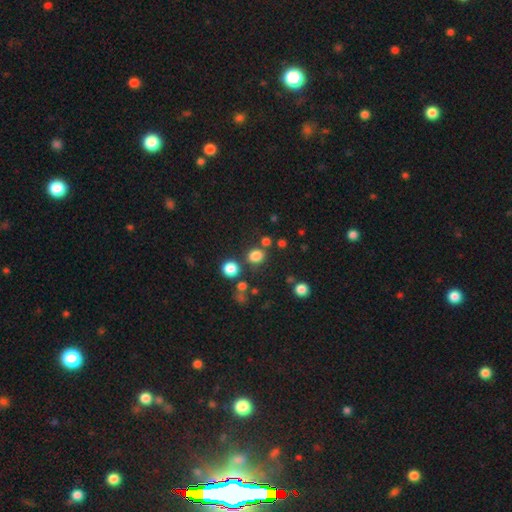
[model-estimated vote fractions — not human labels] Smooth or featured?
  - smooth: 80% *
  - star or artifact: 15%
  - featured or disk: 5%
How rounded?
  - round: 73% *
  - in between: 26%
  - cigar-shaped: 1%
Merging?
  - none: 75% *
  - merger: 11%
  - minor disturbance: 10%
  - major disturbance: 4%